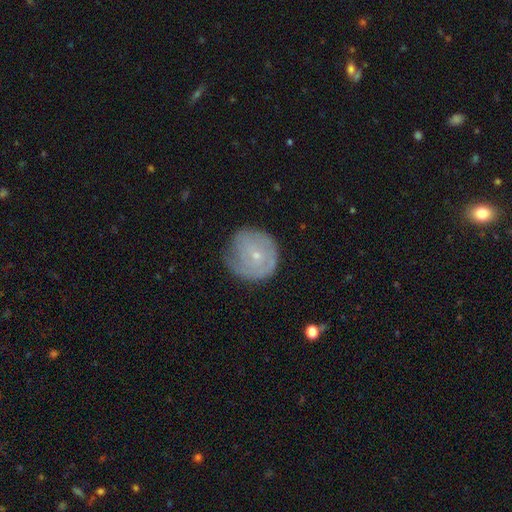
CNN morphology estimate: Smooth or featured?
  - featured or disk: 53% *
  - smooth: 40%
  - star or artifact: 8%
Edge-on disk?
  - no: 97% *
  - yes: 3%
Bar?
  - no: 79% *
  - weak: 18%
  - strong: 3%
Spiral arms?
  - yes: 70% *
  - no: 30%
Bulge size?
  - small: 81% *
  - moderate: 15%
  - none: 2%
  - large: 1%
  - dominant: 1%
Merging?
  - none: 62% *
  - minor disturbance: 26%
  - major disturbance: 10%
  - merger: 1%